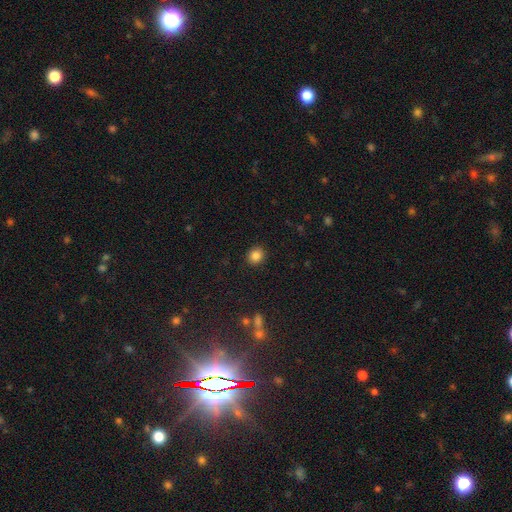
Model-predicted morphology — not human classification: Smooth or featured? Predicted: smooth (p=0.84). How rounded? Predicted: round (p=0.81). Merging? Predicted: none (p=0.90).